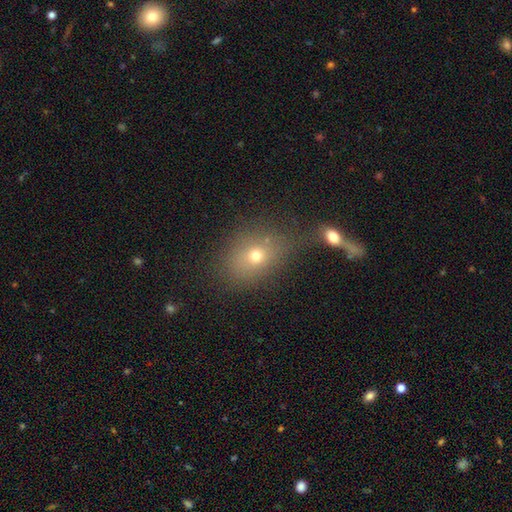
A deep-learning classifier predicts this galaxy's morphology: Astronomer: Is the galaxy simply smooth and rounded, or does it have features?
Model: smooth — 67%.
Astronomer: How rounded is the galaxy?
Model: in between — 55% (runner-up: round, 43%).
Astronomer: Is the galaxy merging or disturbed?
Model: none — 60%.